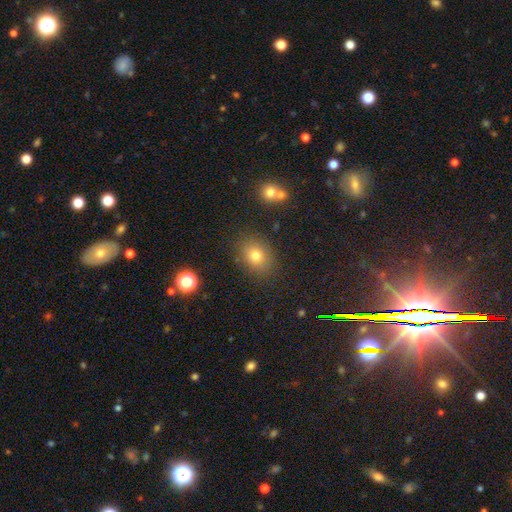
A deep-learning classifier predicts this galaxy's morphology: smooth-or-featured: smooth: 77% | star or artifact: 14% | featured or disk: 10%
  how-rounded: in between: 54% | round: 45% | cigar-shaped: 1%
  merging: none: 84% | minor disturbance: 10% | major disturbance: 3% | merger: 3%